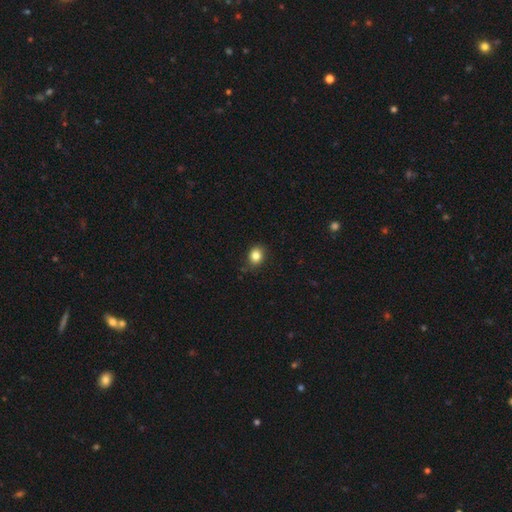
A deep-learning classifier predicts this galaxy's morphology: A smooth galaxy with no disk features (84%) that is round (56%).

Vote fractions:
- Smooth or featured? smooth: 84% / star or artifact: 10% / featured or disk: 6%
- How rounded? round: 56% / in between: 43% / cigar-shaped: 1%
- Merging? none: 84% / minor disturbance: 13% / major disturbance: 2% / merger: 1%